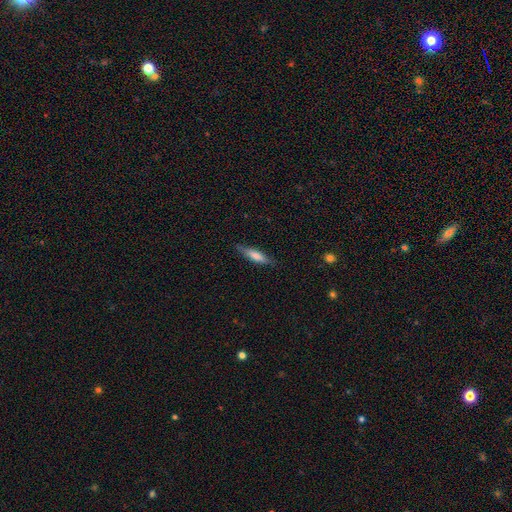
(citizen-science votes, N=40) Volunteers were most divided on "smooth or featured": smooth: 55%, featured or disk: 35%, star or artifact: 10%. More confident: merging — none (92%); how rounded — cigar-shaped (77%).